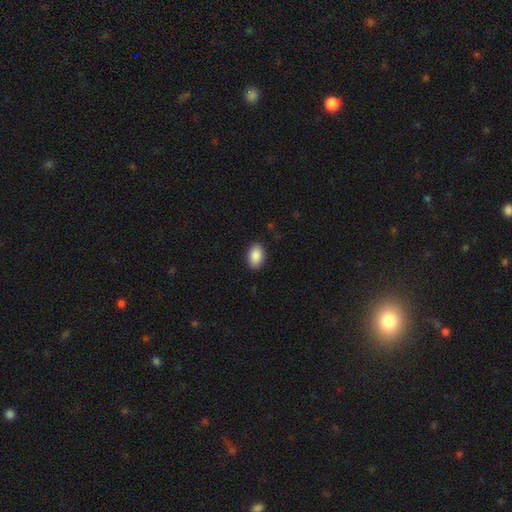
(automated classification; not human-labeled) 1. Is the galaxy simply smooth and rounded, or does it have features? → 89% smooth, 7% star or artifact, 4% featured or disk.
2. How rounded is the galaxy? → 89% in between, 10% round, 1% cigar-shaped.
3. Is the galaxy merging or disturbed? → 89% none, 8% minor disturbance, 2% major disturbance, 1% merger.